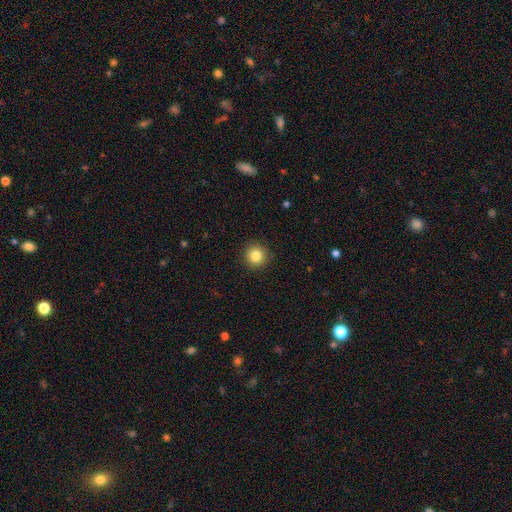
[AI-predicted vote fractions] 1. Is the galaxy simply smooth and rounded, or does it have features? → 83% smooth, 11% star or artifact, 6% featured or disk.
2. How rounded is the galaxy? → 95% round, 4% in between, 1% cigar-shaped.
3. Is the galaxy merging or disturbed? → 92% none, 5% minor disturbance, 2% major disturbance, 1% merger.